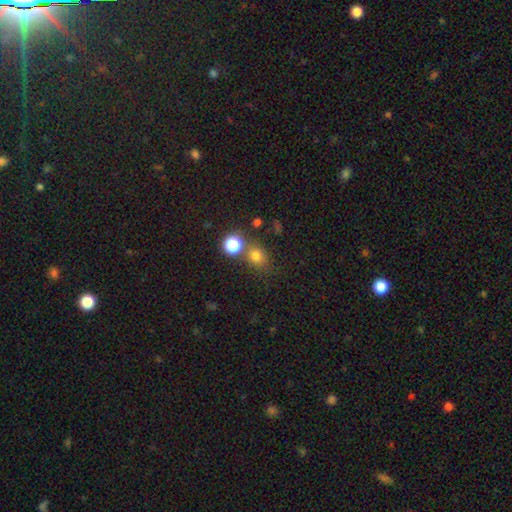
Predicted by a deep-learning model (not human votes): Smooth or featured?
  - smooth: 74% *
  - star or artifact: 18%
  - featured or disk: 7%
How rounded?
  - round: 67% *
  - in between: 31%
  - cigar-shaped: 1%
Merging?
  - none: 65% *
  - merger: 18%
  - minor disturbance: 12%
  - major disturbance: 5%